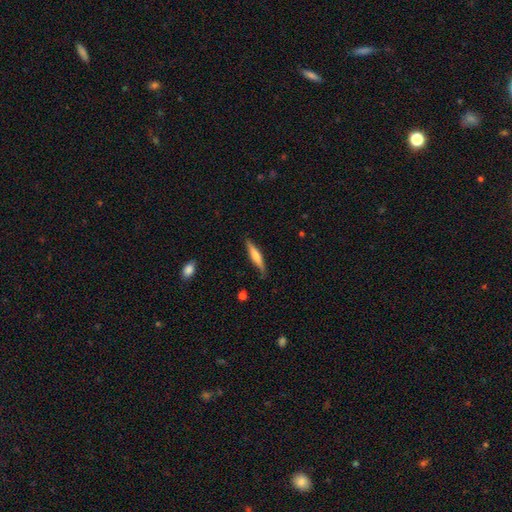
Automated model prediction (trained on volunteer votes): This appears to be a smooth galaxy with no disk features (54%) that is cigar-shaped (88%). Merging: none (84%).